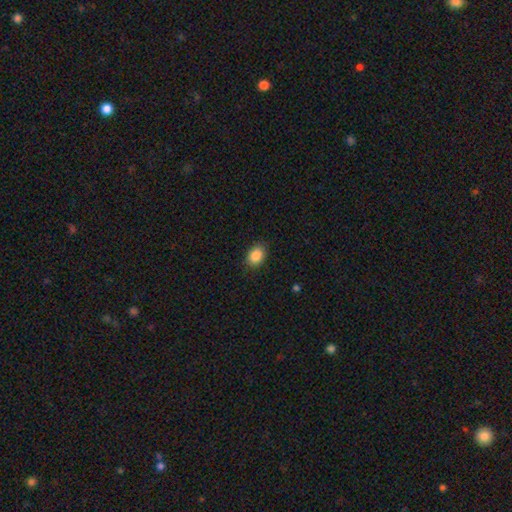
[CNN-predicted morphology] Overall: smooth (88%). How rounded: in between (74%). Merging: none (86%).